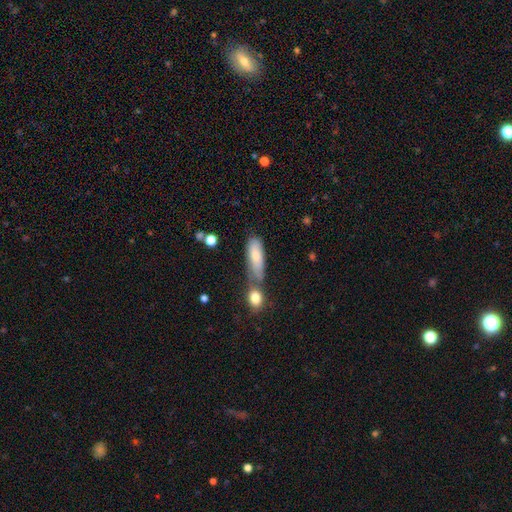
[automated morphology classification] This is likely a smooth galaxy (78%). How rounded: likely in between (61%). Merging: marginally merger (38%).